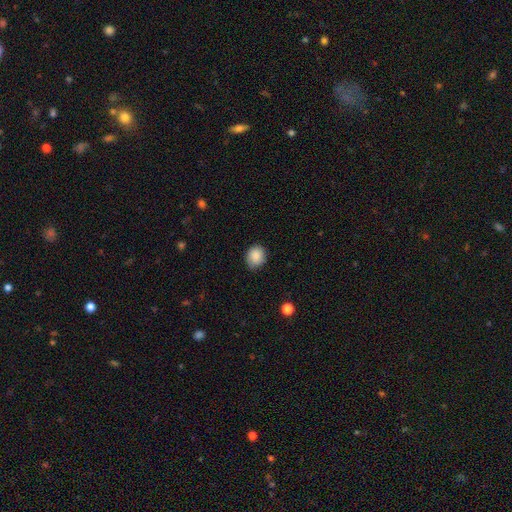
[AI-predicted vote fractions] A smooth galaxy with no disk features (88%) that is round (70%). Merging: none (82%).